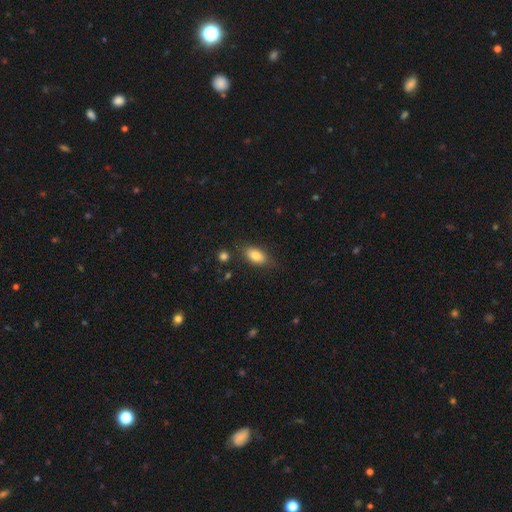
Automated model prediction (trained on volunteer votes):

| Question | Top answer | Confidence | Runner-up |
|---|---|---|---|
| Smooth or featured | smooth | 82% | featured or disk (10%) |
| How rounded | in between | 88% | cigar-shaped (7%) |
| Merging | none | 78% | minor disturbance (15%) |